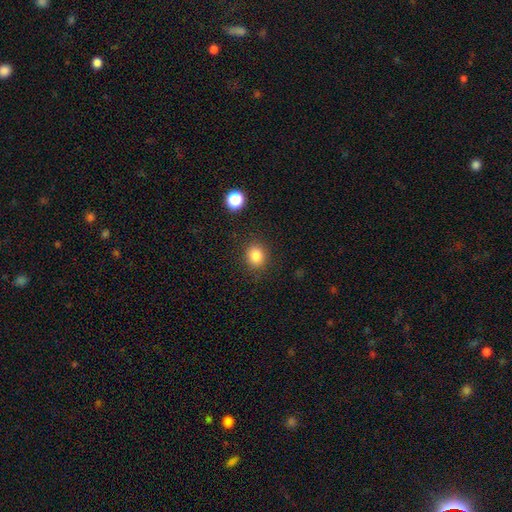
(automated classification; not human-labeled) smooth_or_featured: smooth (p=0.84) [alt: star or artifact p=0.11]
how_rounded: round (p=0.75) [alt: in between p=0.24]
merging: none (p=0.86) [alt: minor disturbance p=0.09]